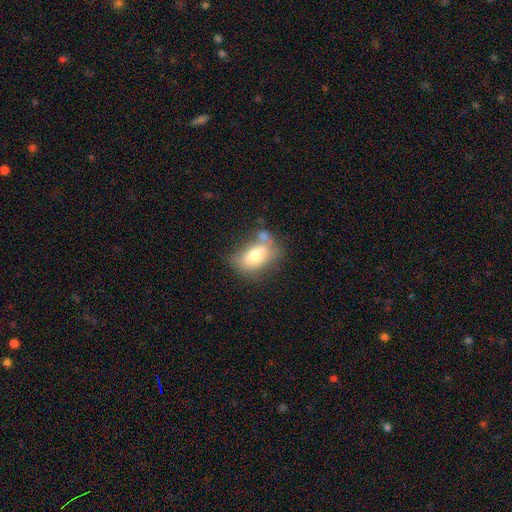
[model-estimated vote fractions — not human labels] Overall: smooth (67%). How rounded: in between (85%). Merging: none (44%; merger 24%).